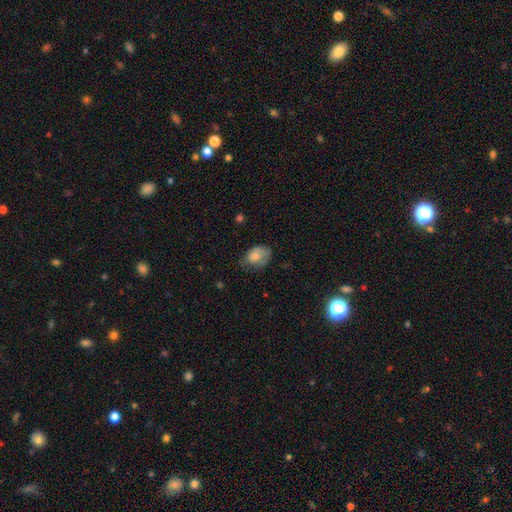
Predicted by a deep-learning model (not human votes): smooth 71%, featured or disk 21%, star or artifact 8%. Down the decision tree: how rounded — in between (74%); merging — none (46%).